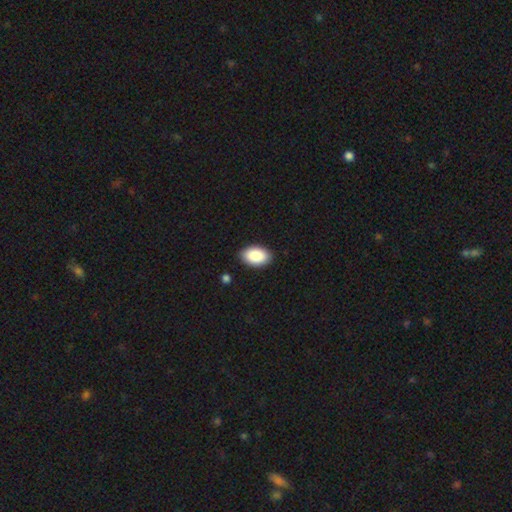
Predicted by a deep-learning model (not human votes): Morphology: type=smooth (89%); roundness=in between (93%); merging=none (88%).